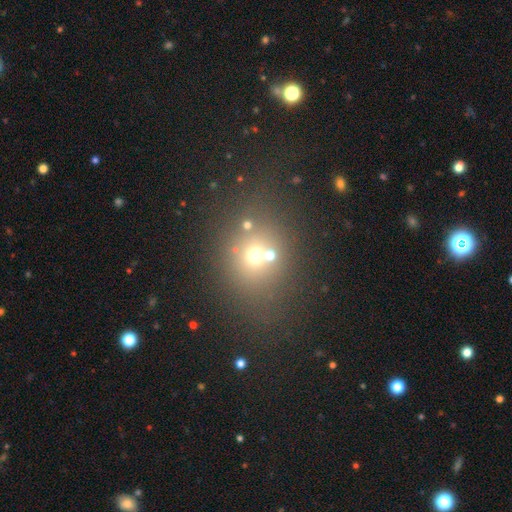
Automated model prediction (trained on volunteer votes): A smooth galaxy with no disk features (61%) that is round (77%).

Vote fractions:
- Smooth or featured? smooth: 61% / star or artifact: 24% / featured or disk: 15%
- How rounded? round: 77% / in between: 22% / cigar-shaped: 1%
- Merging? none: 64% / merger: 20% / minor disturbance: 10% / major disturbance: 6%